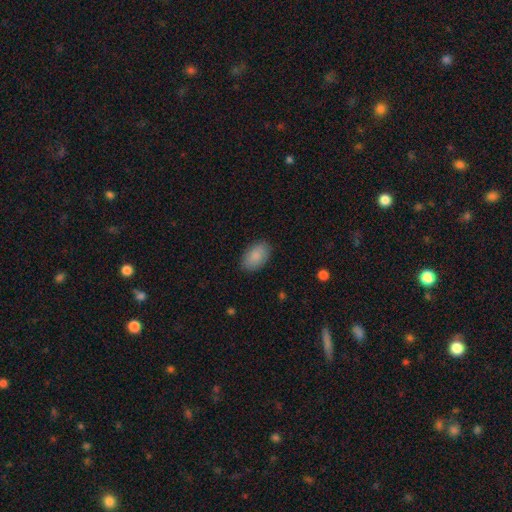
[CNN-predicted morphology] smooth-or-featured: smooth: 89% | star or artifact: 6% | featured or disk: 5%
  how-rounded: in between: 93% | round: 6% | cigar-shaped: 1%
  merging: none: 88% | minor disturbance: 9% | major disturbance: 2% | merger: 1%